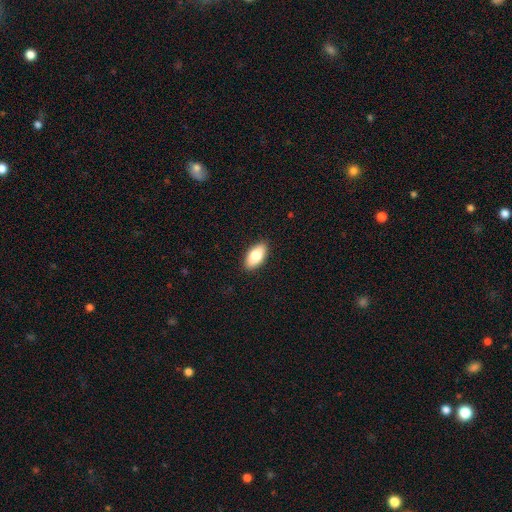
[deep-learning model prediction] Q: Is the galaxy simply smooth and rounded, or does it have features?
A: smooth — 81%.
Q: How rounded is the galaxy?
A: in between — 92%.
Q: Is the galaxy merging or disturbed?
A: none — 89%.